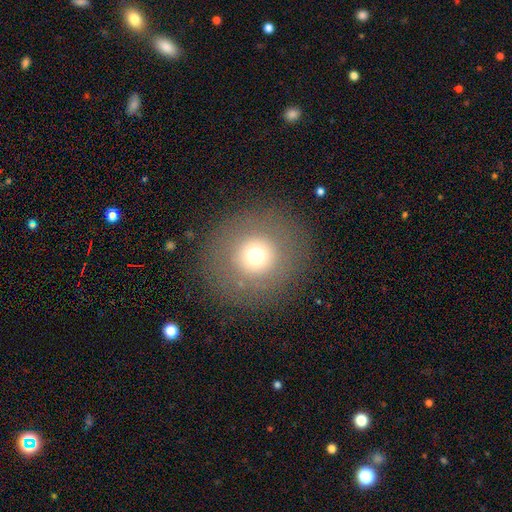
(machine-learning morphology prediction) A smooth galaxy with no disk features (68%) that is round (94%).

Vote fractions:
- Smooth or featured? smooth: 68% / star or artifact: 17% / featured or disk: 15%
- How rounded? round: 94% / in between: 6% / cigar-shaped: 1%
- Merging? none: 86% / minor disturbance: 7% / major disturbance: 6% / merger: 1%